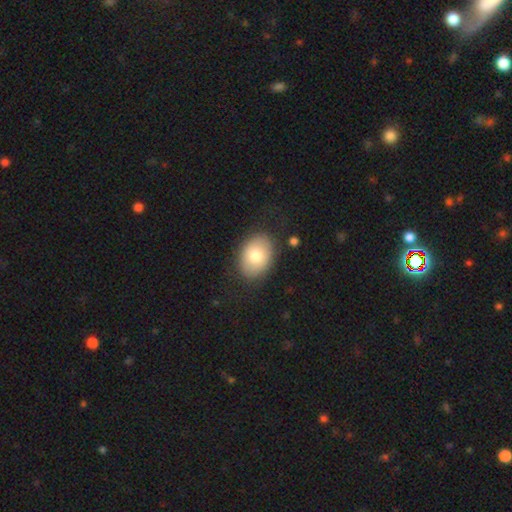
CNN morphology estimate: smooth_or_featured: smooth (p=0.77) [alt: featured or disk p=0.16]
how_rounded: in between (p=0.75) [alt: round p=0.24]
merging: none (p=0.83) [alt: minor disturbance p=0.11]